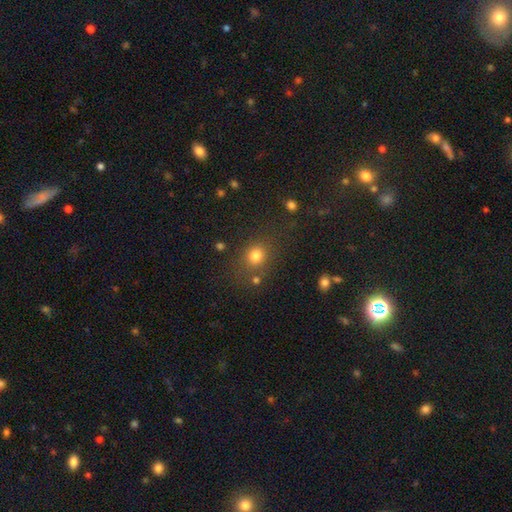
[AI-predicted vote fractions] This is likely a smooth galaxy (78%). How rounded: likely round (73%). Merging: likely none (73%).